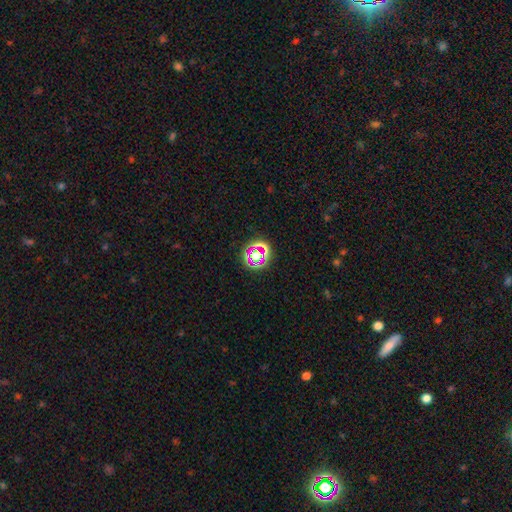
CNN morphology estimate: type=star or artifact (54%).